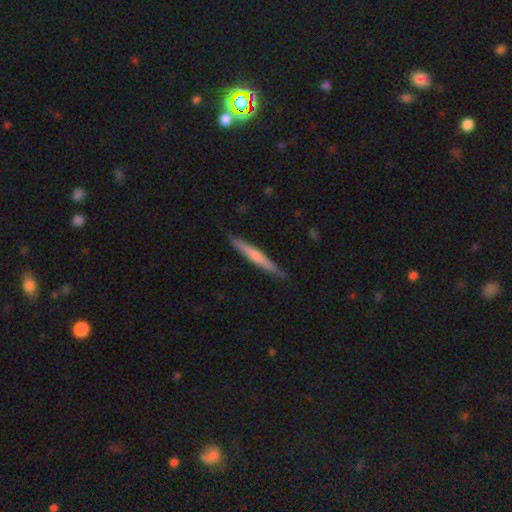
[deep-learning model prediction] Morphology: type=smooth (57%); roundness=cigar-shaped (96%); merging=none (87%).